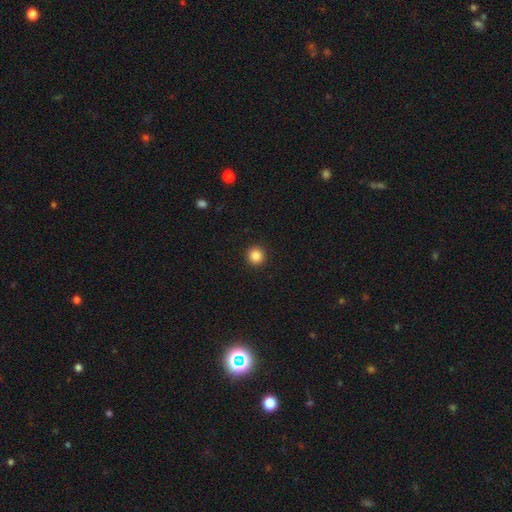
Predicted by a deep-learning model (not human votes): This appears to be a smooth galaxy with no disk features (87%) that is round (94%). Merging: none (93%).